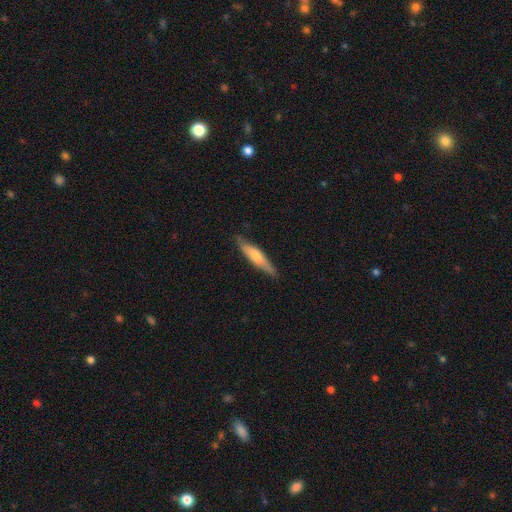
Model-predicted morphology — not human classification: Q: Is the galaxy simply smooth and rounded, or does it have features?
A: smooth — 57%.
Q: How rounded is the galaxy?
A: cigar-shaped — 83%.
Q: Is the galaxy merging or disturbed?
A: none — 84%.